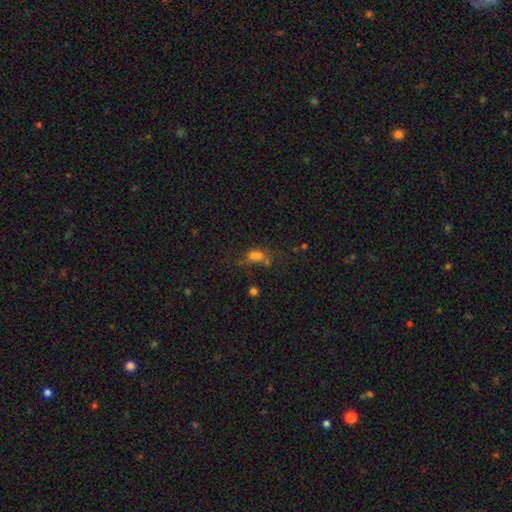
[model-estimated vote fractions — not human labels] Q: Smooth or featured?
A: smooth (55%); runner-up: star or artifact (28%)
Q: How rounded?
A: in between (61%); runner-up: round (32%)
Q: Merging?
A: none (37%); runner-up: merger (36%)